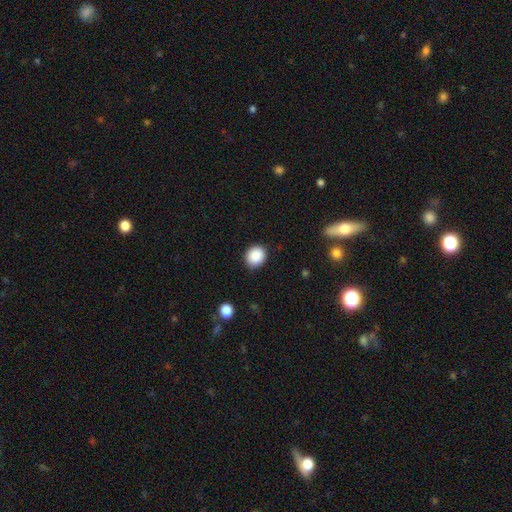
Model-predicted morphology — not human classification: Smooth or featured? Predicted: smooth (p=0.89). How rounded? Predicted: round (p=0.72). Merging? Predicted: none (p=0.87).